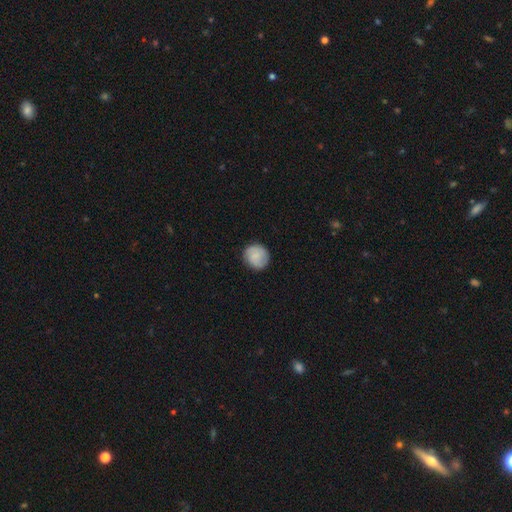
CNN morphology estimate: Smooth or featured?
  - smooth: 67% *
  - featured or disk: 26%
  - star or artifact: 7%
How rounded?
  - round: 88% *
  - in between: 11%
  - cigar-shaped: 1%
Merging?
  - none: 85% *
  - minor disturbance: 11%
  - major disturbance: 3%
  - merger: 1%